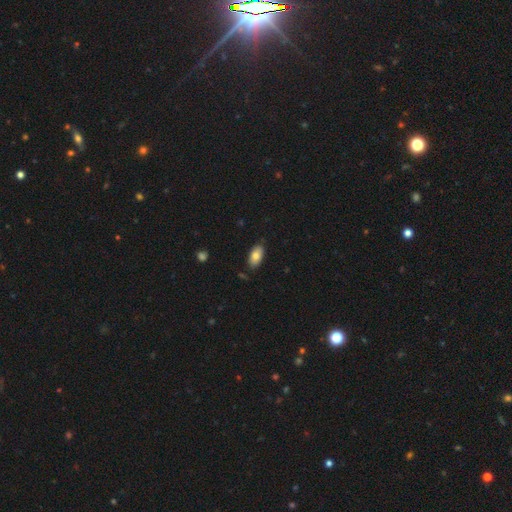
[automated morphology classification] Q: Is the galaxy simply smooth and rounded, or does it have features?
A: smooth — 79%.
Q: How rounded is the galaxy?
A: in between — 93%.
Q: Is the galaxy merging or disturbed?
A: none — 84%.